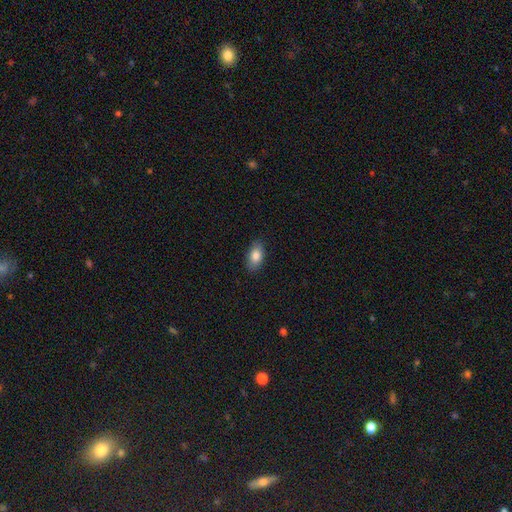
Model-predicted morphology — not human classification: Smooth or featured?
  - smooth: 83% *
  - featured or disk: 10%
  - star or artifact: 7%
How rounded?
  - in between: 91% *
  - round: 6%
  - cigar-shaped: 3%
Merging?
  - none: 87% *
  - minor disturbance: 10%
  - major disturbance: 2%
  - merger: 1%